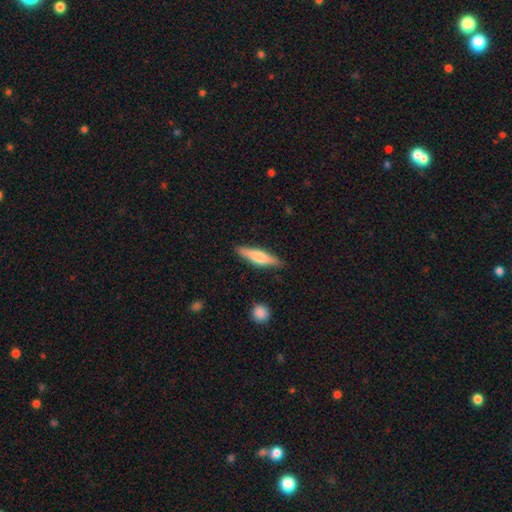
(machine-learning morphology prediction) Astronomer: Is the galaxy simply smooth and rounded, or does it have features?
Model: smooth — 52% (runner-up: featured or disk, 42%).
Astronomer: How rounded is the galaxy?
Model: cigar-shaped — 78%.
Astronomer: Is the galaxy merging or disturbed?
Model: none — 87%.